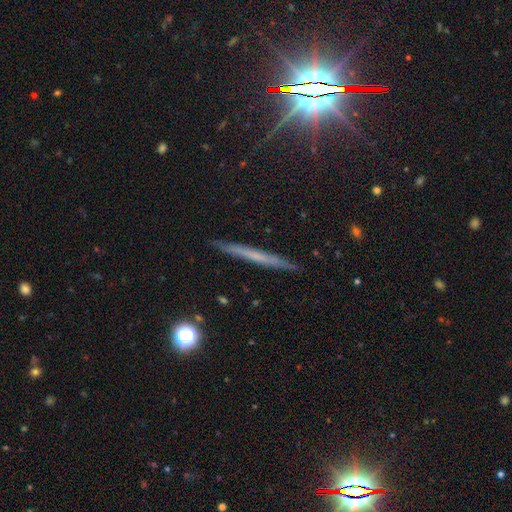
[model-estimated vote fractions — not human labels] smooth-or-featured: featured or disk: 51% | smooth: 38% | star or artifact: 11%
  disk-edge-on: yes: 96% | no: 4%
  merging: none: 91% | minor disturbance: 7% | major disturbance: 1% | merger: 1%